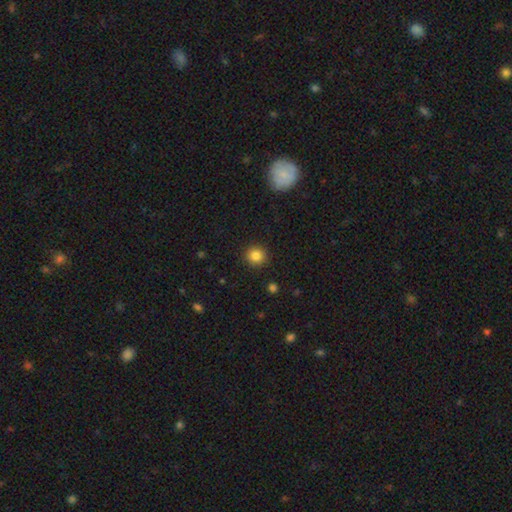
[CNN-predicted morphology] Smooth or featured? smooth (84%)
How rounded? round (92%)
Merging? none (91%)